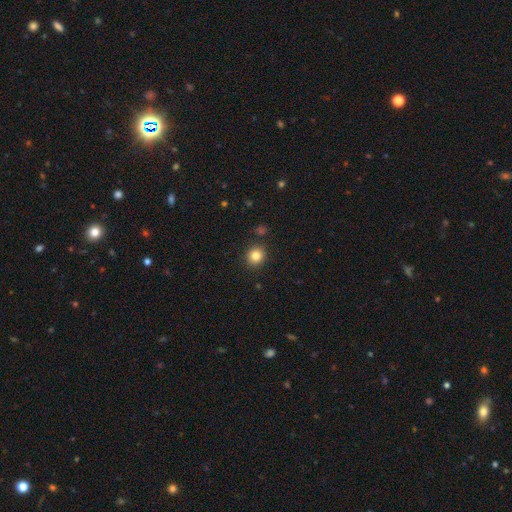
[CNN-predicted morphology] This appears to be a smooth galaxy with no disk features (83%) that is round (85%). Merging: none (89%).